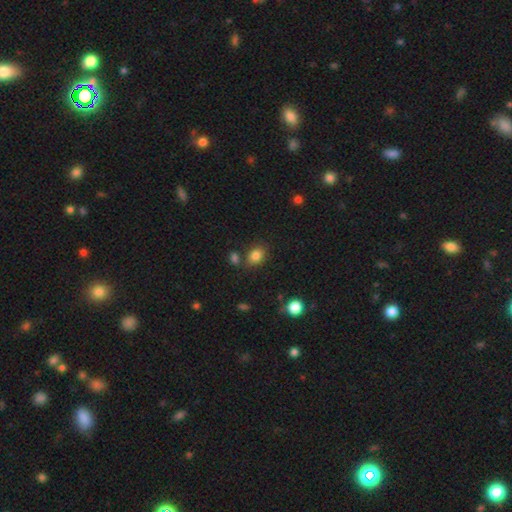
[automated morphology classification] Smooth or featured? Predicted: smooth (p=0.83). How rounded? Predicted: in between (p=0.60). Merging? Predicted: none (p=0.74).